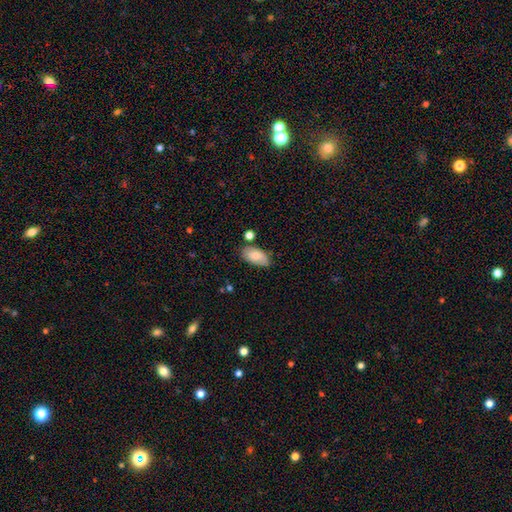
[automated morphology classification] A smooth galaxy with no disk features (75%) that is in between round and cigar-shaped (94%).

Vote fractions:
- Smooth or featured? smooth: 75% / featured or disk: 18% / star or artifact: 7%
- How rounded? in between: 94% / round: 4% / cigar-shaped: 3%
- Merging? none: 71% / minor disturbance: 19% / merger: 6% / major disturbance: 4%